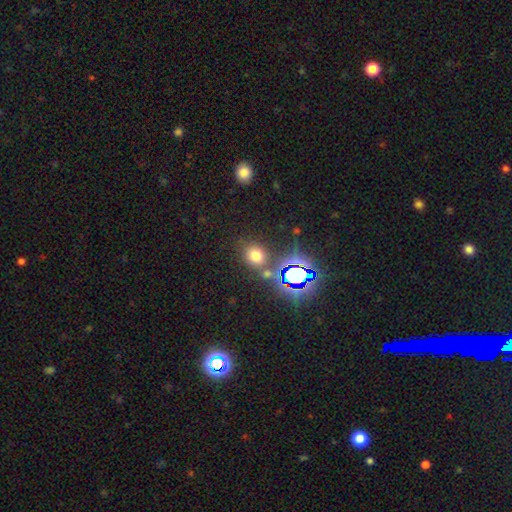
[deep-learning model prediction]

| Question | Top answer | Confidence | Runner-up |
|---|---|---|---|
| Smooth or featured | smooth | 65% | star or artifact (27%) |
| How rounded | round | 72% | in between (27%) |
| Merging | none | 74% | merger (12%) |